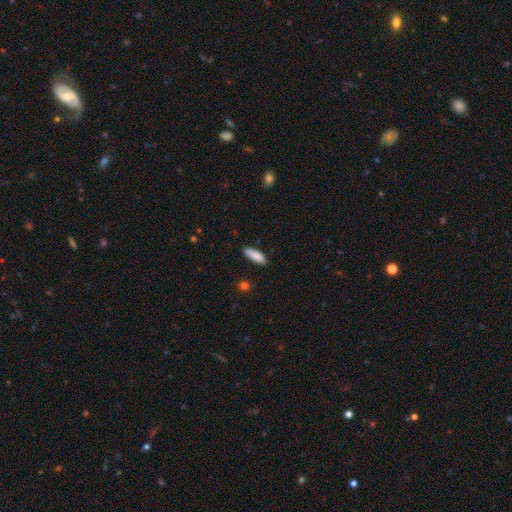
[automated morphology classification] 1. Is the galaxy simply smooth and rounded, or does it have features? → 87% smooth, 7% featured or disk, 6% star or artifact.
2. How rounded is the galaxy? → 59% in between, 39% cigar-shaped, 2% round.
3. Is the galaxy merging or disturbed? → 84% none, 12% minor disturbance, 2% major disturbance, 1% merger.